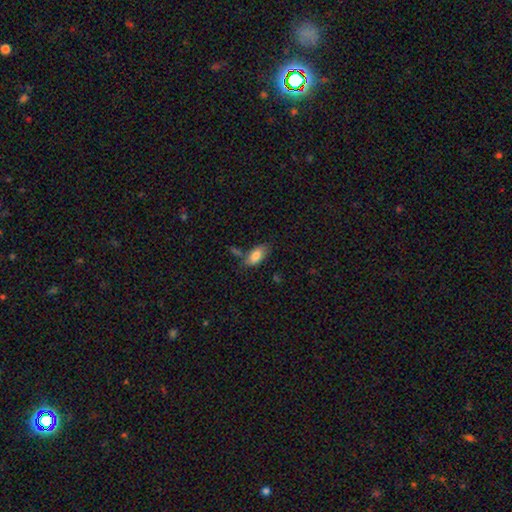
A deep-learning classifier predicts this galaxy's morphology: smooth_or_featured: smooth (p=0.84) [alt: featured or disk p=0.09]
how_rounded: in between (p=0.91) [alt: cigar-shaped p=0.06]
merging: none (p=0.63) [alt: minor disturbance p=0.20]